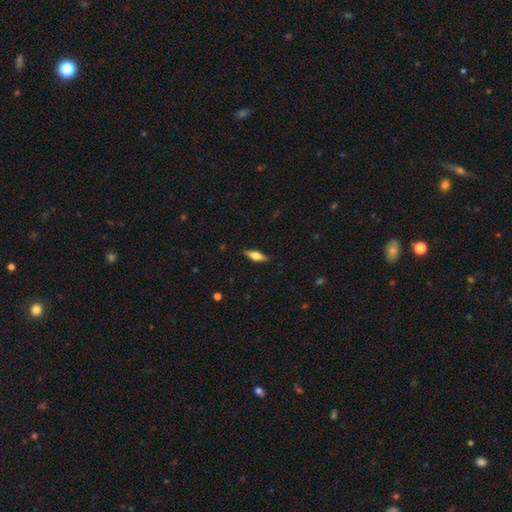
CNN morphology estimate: smooth-or-featured: smooth: 52% | featured or disk: 42% | star or artifact: 7%
  how-rounded: in between: 50% | cigar-shaped: 47% | round: 3%
  merging: none: 88% | minor disturbance: 9% | major disturbance: 2% | merger: 1%